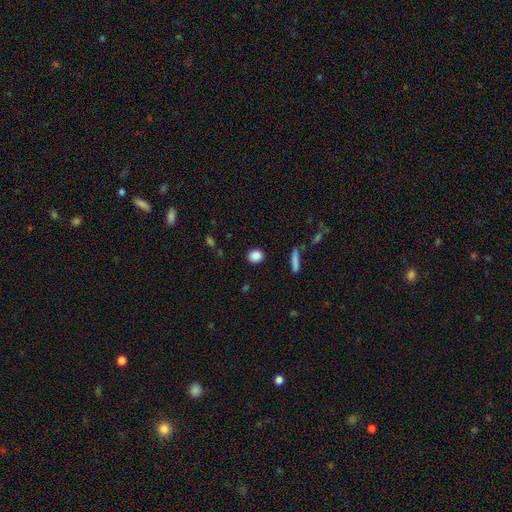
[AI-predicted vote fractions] This is clearly a smooth galaxy (88%). How rounded: likely round (74%). Merging: clearly none (90%).